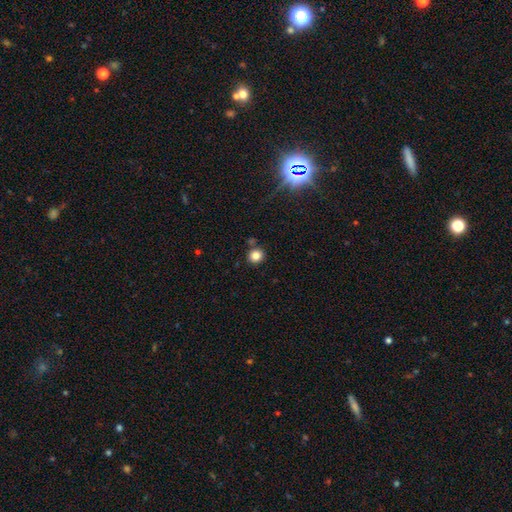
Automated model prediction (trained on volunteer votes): Smooth or featured?
  - smooth: 83% *
  - star or artifact: 12%
  - featured or disk: 5%
How rounded?
  - round: 89% *
  - in between: 10%
  - cigar-shaped: 1%
Merging?
  - none: 83% *
  - minor disturbance: 8%
  - merger: 7%
  - major disturbance: 2%